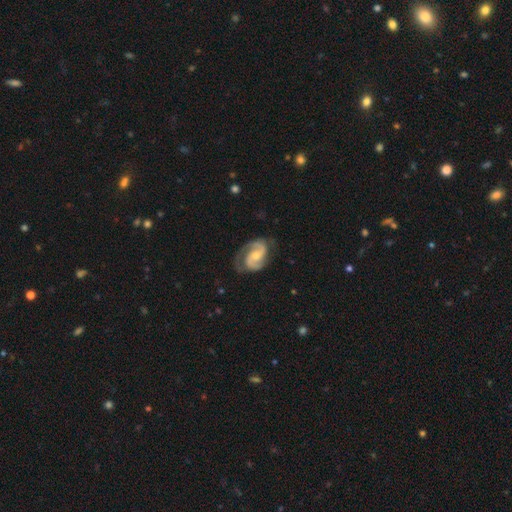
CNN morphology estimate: Q: Smooth or featured?
A: featured or disk (89%); runner-up: smooth (7%)
Q: Edge-on disk?
A: no (98%); runner-up: yes (2%)
Q: Bar?
A: no (52%); runner-up: weak (37%)
Q: Spiral arms?
A: yes (98%); runner-up: no (2%)
Q: Spiral winding?
A: medium (53%); runner-up: tight (33%)
Q: Spiral arm count?
A: 2 (90%); runner-up: can't tell (3%)
Q: Bulge size?
A: moderate (47%); runner-up: small (45%)
Q: Merging?
A: none (70%); runner-up: minor disturbance (20%)